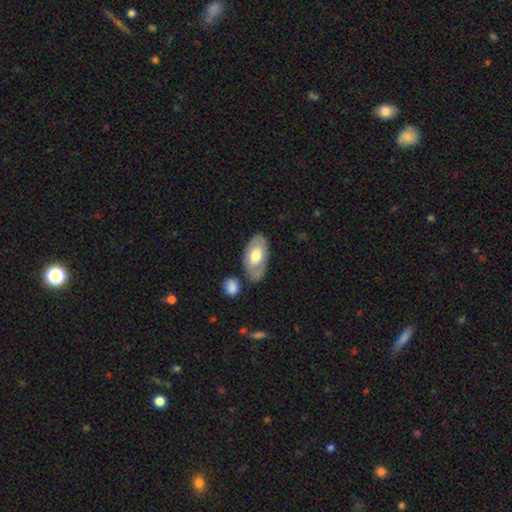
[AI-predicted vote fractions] A smooth galaxy with no disk features (57%) that is in between round and cigar-shaped (93%).

Vote fractions:
- Smooth or featured? smooth: 57% / featured or disk: 38% / star or artifact: 5%
- How rounded? in between: 93% / round: 4% / cigar-shaped: 2%
- Merging? none: 67% / minor disturbance: 18% / merger: 9% / major disturbance: 5%